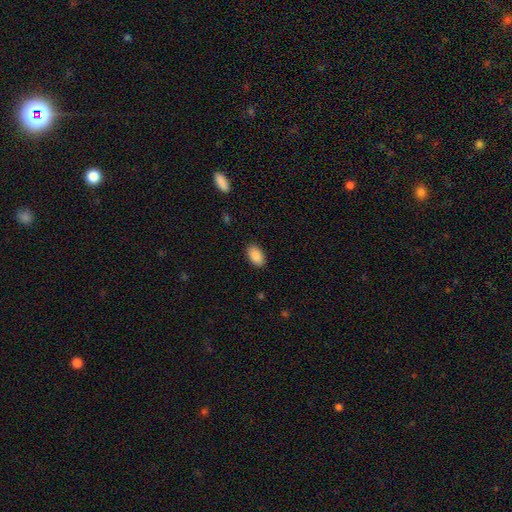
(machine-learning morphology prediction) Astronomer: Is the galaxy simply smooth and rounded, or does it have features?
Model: smooth — 88%.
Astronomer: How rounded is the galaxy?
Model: in between — 93%.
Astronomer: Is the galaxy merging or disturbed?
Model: none — 89%.